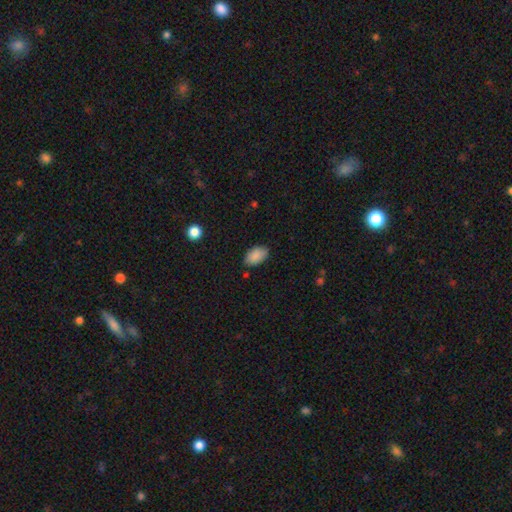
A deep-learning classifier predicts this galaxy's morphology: Smooth or featured: smooth — 88% (star or artifact — 7%)
How rounded: in between — 93% (round — 5%)
Merging: none — 83% (minor disturbance — 12%)